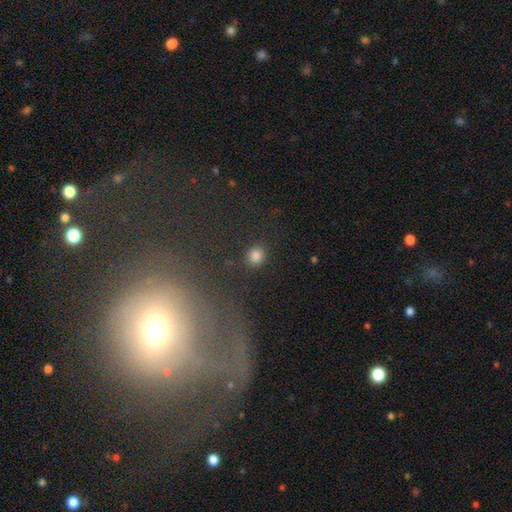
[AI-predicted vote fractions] Overall: smooth (83%). How rounded: round (83%). Merging: none (87%).